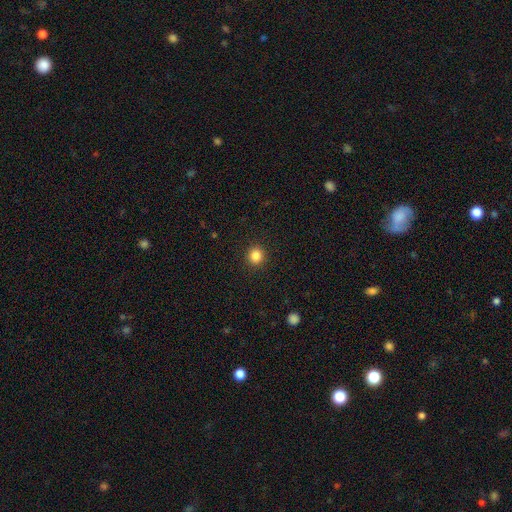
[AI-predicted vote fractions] Morphology: type=smooth (85%); roundness=round (91%); merging=none (92%).